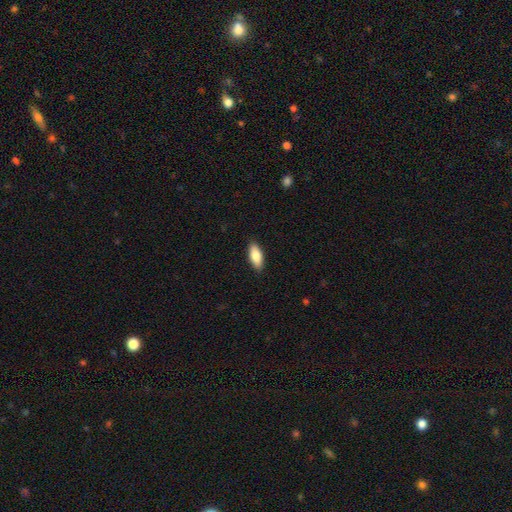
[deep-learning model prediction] This is clearly a smooth galaxy (82%). How rounded: likely in between (78%). Merging: clearly none (89%).